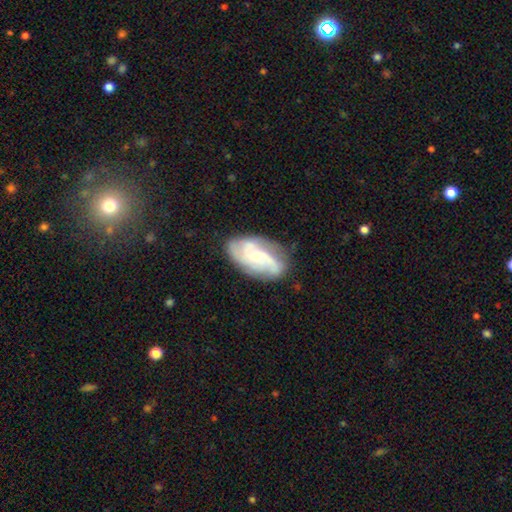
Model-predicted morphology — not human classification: smooth_or_featured: featured or disk (p=0.72) [alt: smooth p=0.21]
disk_edge_on: no (p=0.96) [alt: yes p=0.04]
bar: no (p=0.55) [alt: weak p=0.35]
has_spiral_arms: yes (p=0.93) [alt: no p=0.07]
spiral_winding: medium (p=0.43) [alt: tight p=0.31]
spiral_arm_count: 3 (p=0.37) [alt: 2 p=0.24]
bulge_size: small (p=0.50) [alt: moderate p=0.26]
merging: none (p=0.68) [alt: minor disturbance p=0.21]